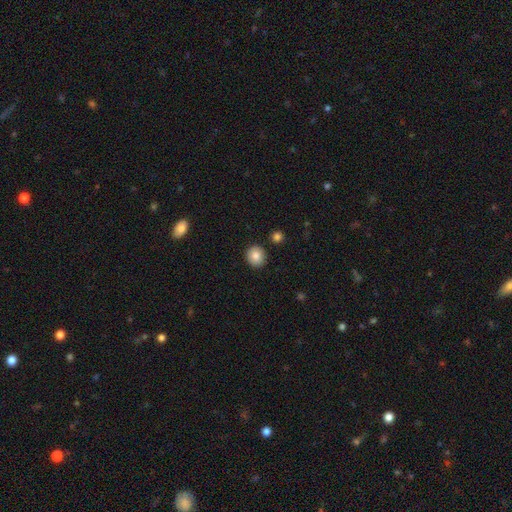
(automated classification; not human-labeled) This is clearly a smooth galaxy (85%). How rounded: clearly round (85%). Merging: clearly none (90%).